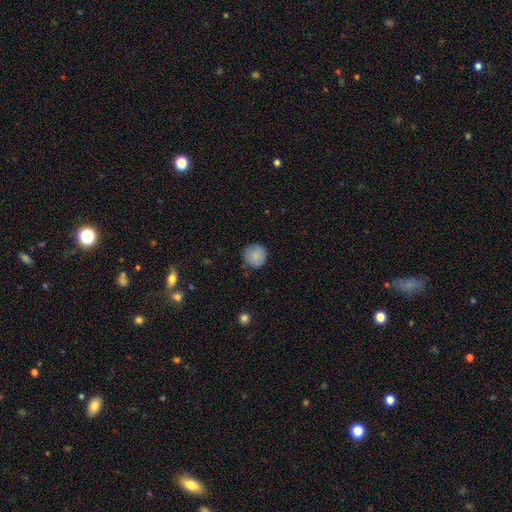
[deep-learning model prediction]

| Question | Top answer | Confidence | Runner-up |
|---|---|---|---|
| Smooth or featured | smooth | 85% | star or artifact (8%) |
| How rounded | round | 93% | in between (6%) |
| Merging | none | 82% | minor disturbance (14%) |